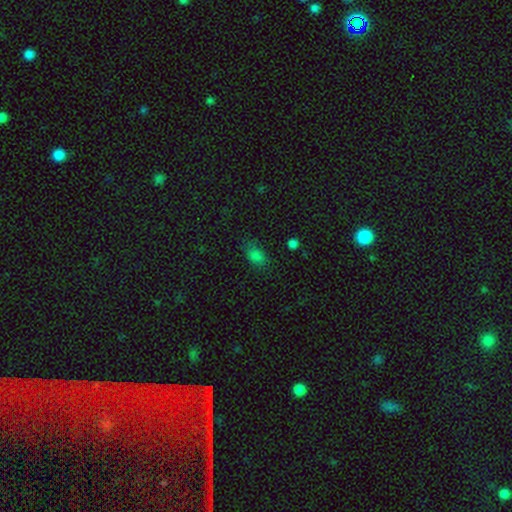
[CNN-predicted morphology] smooth-or-featured: smooth: 79% | star or artifact: 15% | featured or disk: 6%
  how-rounded: in between: 84% | round: 12% | cigar-shaped: 3%
  merging: none: 74% | minor disturbance: 20% | major disturbance: 5% | merger: 2%